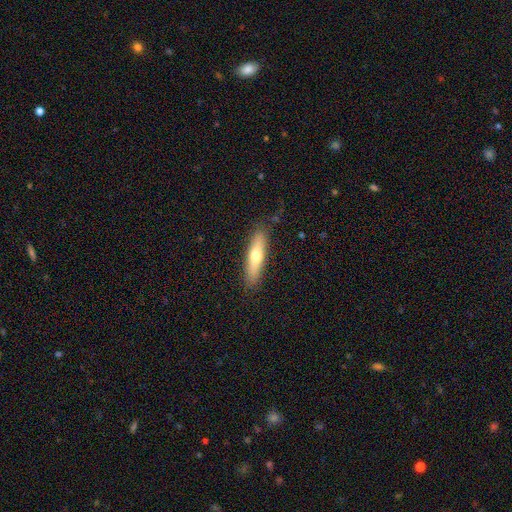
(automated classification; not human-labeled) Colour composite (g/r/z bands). It shows a smooth galaxy with no disk features (60%) that is cigar-shaped (75%). Merging: none (86%).